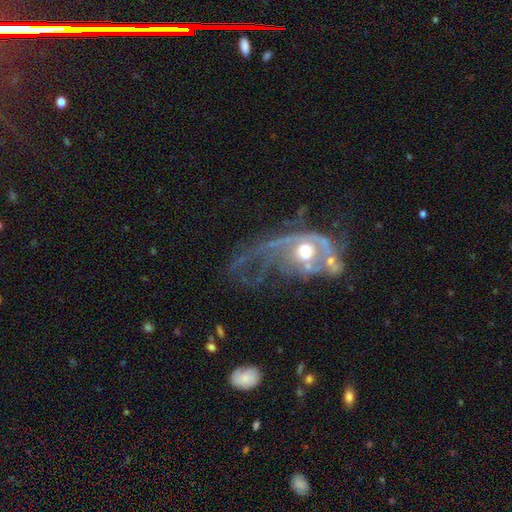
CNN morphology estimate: Smooth or featured? featured or disk (70%)
Edge-on disk? no (93%)
Bar? no (74%)
Spiral arms? no (51%)
Bulge size? moderate (66%)
Merging? major disturbance (49%)